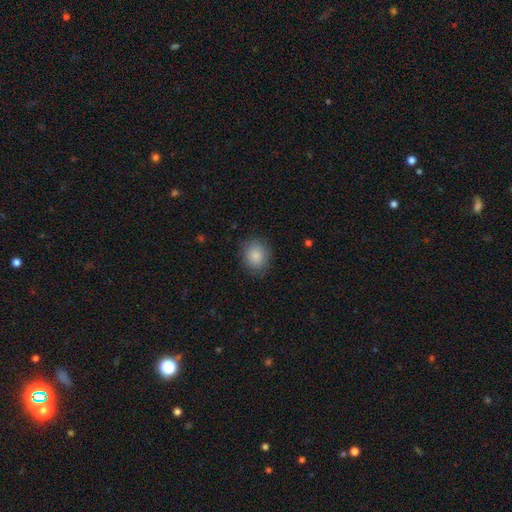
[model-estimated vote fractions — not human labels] A smooth galaxy with no disk features (87%) that is round (71%). Merging: none (84%).